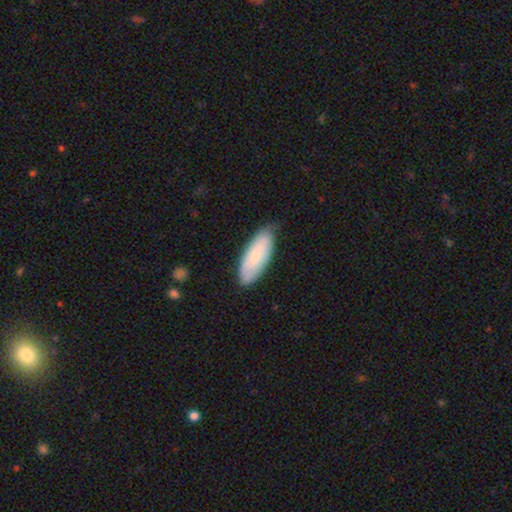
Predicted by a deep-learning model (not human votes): smooth_or_featured: smooth (p=0.71) [alt: featured or disk p=0.24]
how_rounded: in between (p=0.77) [alt: cigar-shaped p=0.21]
merging: none (p=0.69) [alt: minor disturbance p=0.26]